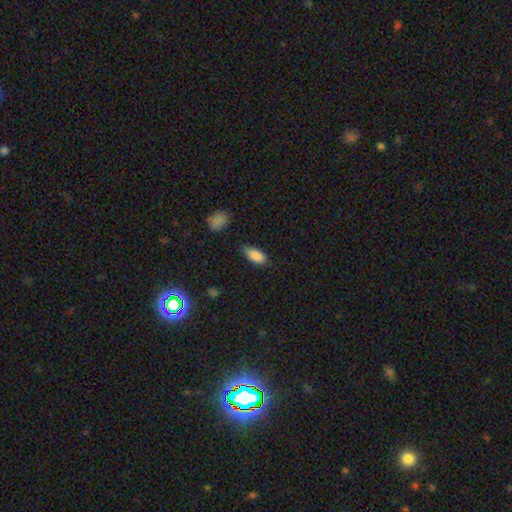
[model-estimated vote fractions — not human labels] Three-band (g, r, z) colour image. It shows a smooth galaxy with no disk features (87%) that is in between round and cigar-shaped (88%). Merging: none (72%).